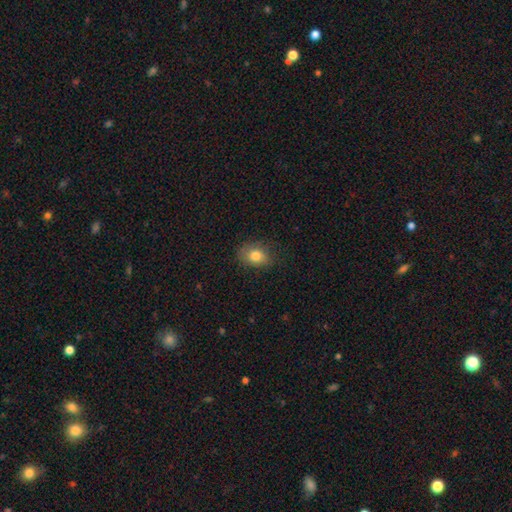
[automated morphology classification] Q: Smooth or featured?
A: smooth (80%); runner-up: featured or disk (10%)
Q: How rounded?
A: in between (65%); runner-up: round (33%)
Q: Merging?
A: none (75%); runner-up: minor disturbance (19%)